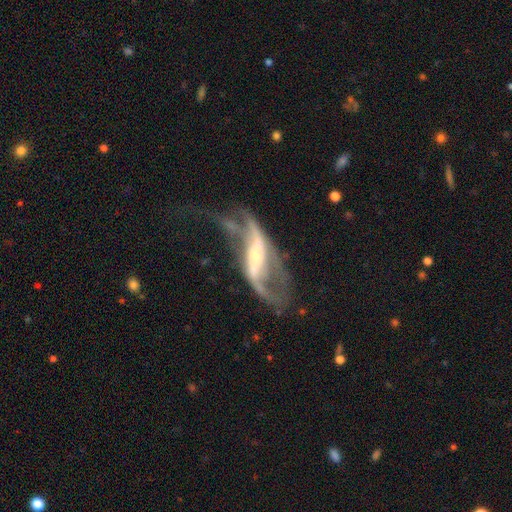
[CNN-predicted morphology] The model was most divided on "merging": major disturbance: 42%, none: 30%, minor disturbance: 17%, merger: 11%. Remaining: edge-on disk — no (87%); spiral arms — yes (85%); smooth or featured — featured or disk (82%); spiral arm count — 2 (78%); spiral winding — loose (73%); bulge size — small (55%); bar — strong (46%).